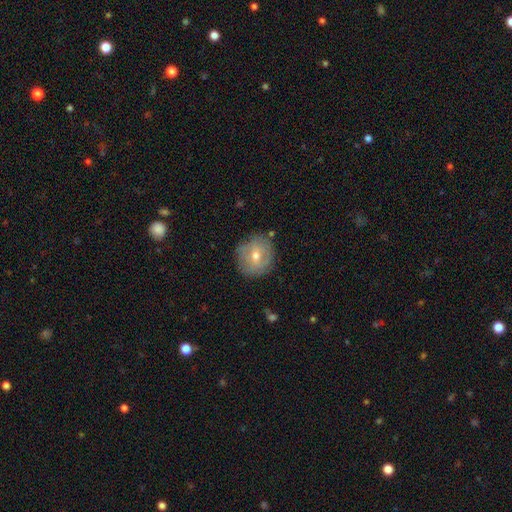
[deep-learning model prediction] Smooth or featured?
  - smooth: 48% *
  - featured or disk: 43%
  - star or artifact: 10%
Merging?
  - none: 78% *
  - minor disturbance: 16%
  - major disturbance: 4%
  - merger: 2%